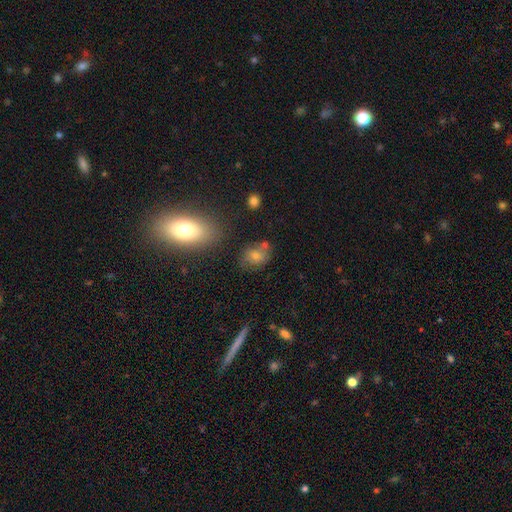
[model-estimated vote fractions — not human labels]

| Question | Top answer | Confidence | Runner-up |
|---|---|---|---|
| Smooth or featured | smooth | 68% | featured or disk (16%) |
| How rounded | in between | 57% | round (41%) |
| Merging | none | 65% | minor disturbance (18%) |